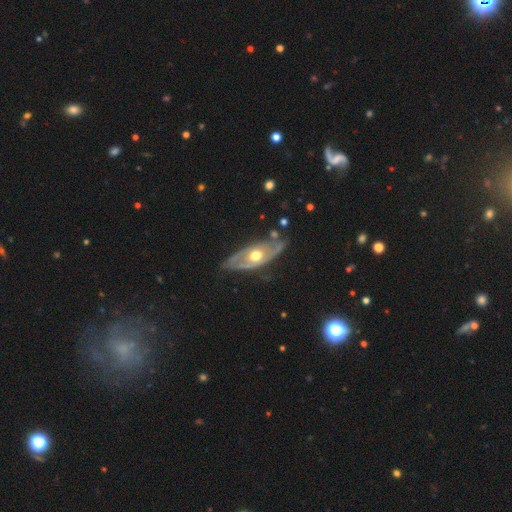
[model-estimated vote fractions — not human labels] A featured or disk galaxy (76%) with no bar (85%), no spiral arms (50%, tied with yes) and a moderate central bulge (77%). Merging: none (71%).